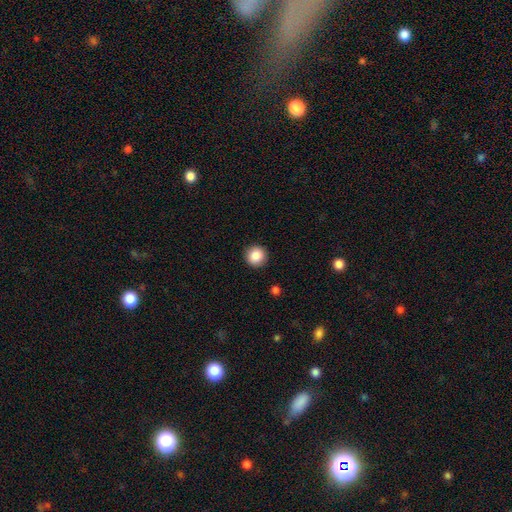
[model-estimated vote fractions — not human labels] Smooth or featured: smooth — 87% (star or artifact — 9%)
How rounded: round — 95% (in between — 4%)
Merging: none — 92% (minor disturbance — 5%)